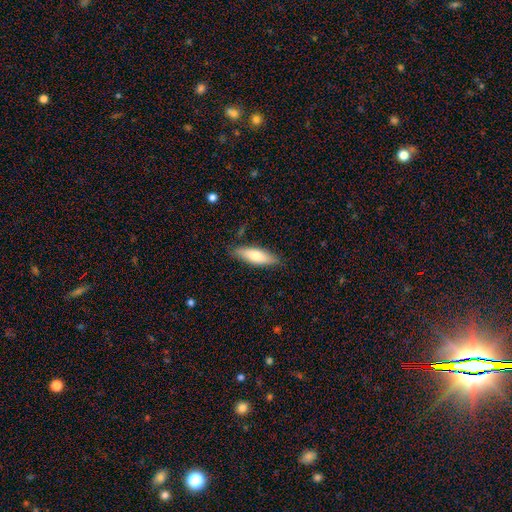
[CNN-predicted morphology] The model was most divided on "how rounded": in between: 51%, cigar-shaped: 47%, round: 2%. More confident: merging — none (83%); smooth or featured — smooth (71%).